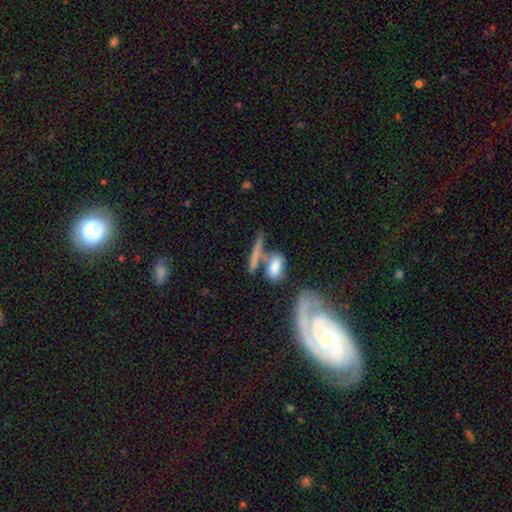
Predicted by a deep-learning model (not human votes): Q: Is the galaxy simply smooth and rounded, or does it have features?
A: smooth — 62%.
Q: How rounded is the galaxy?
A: cigar-shaped — 63%.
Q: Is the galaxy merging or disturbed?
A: none — 48%.